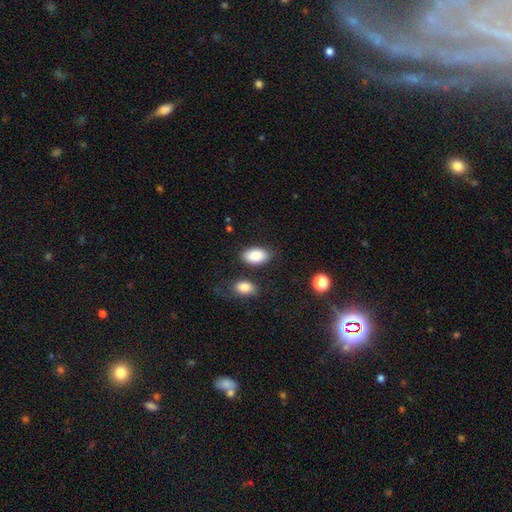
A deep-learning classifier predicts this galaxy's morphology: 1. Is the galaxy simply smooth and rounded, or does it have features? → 87% smooth, 6% star or artifact, 6% featured or disk.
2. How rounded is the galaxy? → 94% in between, 5% round, 2% cigar-shaped.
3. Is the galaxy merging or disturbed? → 78% none, 12% minor disturbance, 5% merger, 4% major disturbance.